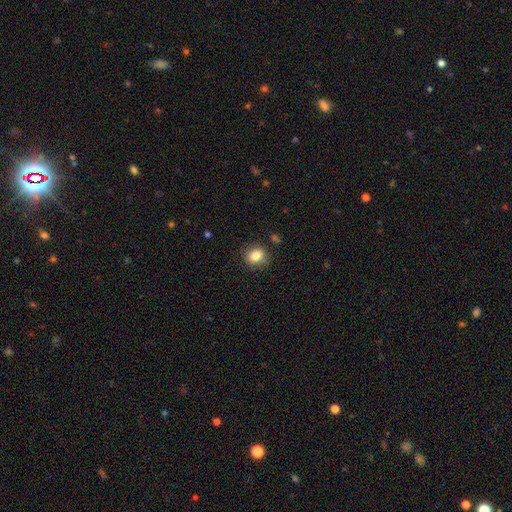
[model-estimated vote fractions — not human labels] This appears to be a smooth galaxy with no disk features (84%) that is round (60%). Merging: none (81%).